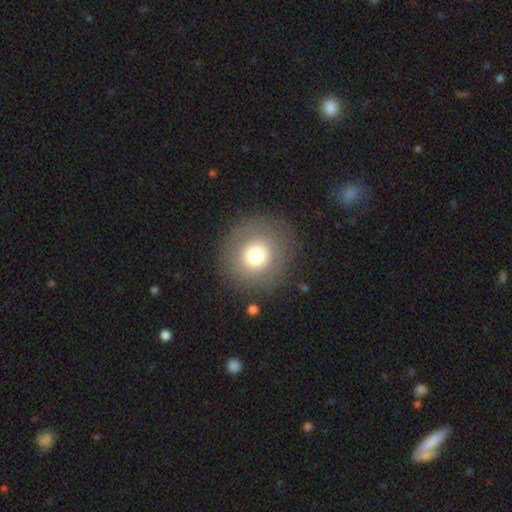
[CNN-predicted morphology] Smooth or featured?
  - smooth: 71% *
  - featured or disk: 16%
  - star or artifact: 13%
How rounded?
  - round: 92% *
  - in between: 7%
  - cigar-shaped: 1%
Merging?
  - none: 86% *
  - minor disturbance: 8%
  - major disturbance: 5%
  - merger: 2%